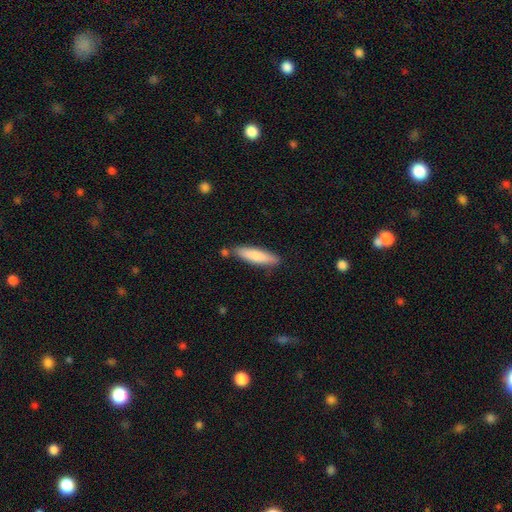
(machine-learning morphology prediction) A smooth galaxy with no disk features (80%) that is cigar-shaped (77%). Merging: none (79%).